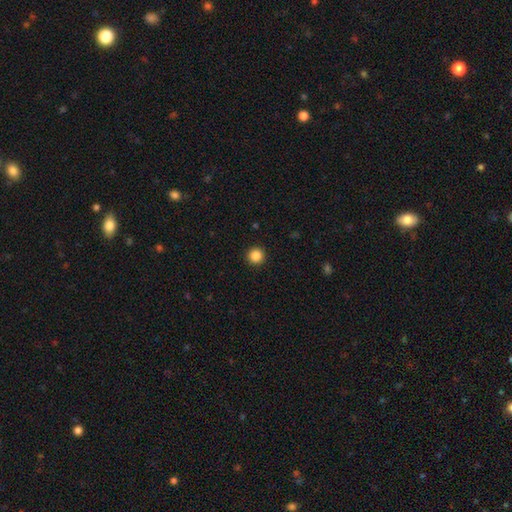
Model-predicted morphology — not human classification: This is clearly a smooth galaxy (86%). How rounded: clearly round (96%). Merging: clearly none (94%).